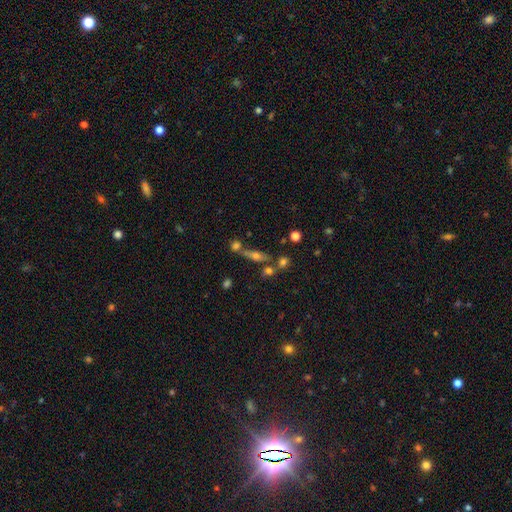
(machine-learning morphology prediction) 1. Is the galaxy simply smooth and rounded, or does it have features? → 44% featured or disk, 34% smooth, 22% star or artifact.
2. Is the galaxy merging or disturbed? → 57% none, 24% merger, 12% minor disturbance, 7% major disturbance.